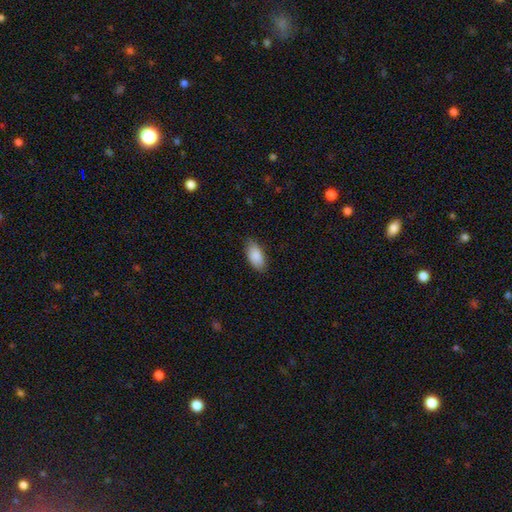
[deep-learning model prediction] Smooth or featured?
  - smooth: 88% *
  - featured or disk: 6%
  - star or artifact: 6%
How rounded?
  - in between: 92% *
  - cigar-shaped: 5%
  - round: 2%
Merging?
  - none: 82% *
  - minor disturbance: 14%
  - major disturbance: 3%
  - merger: 1%